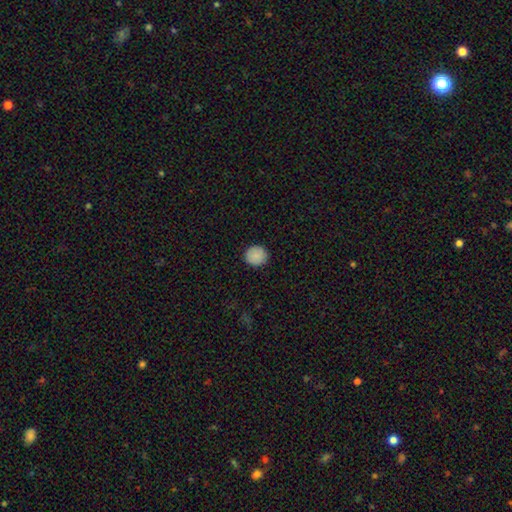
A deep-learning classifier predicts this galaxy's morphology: Smooth or featured: smooth — 88% (star or artifact — 8%)
How rounded: round — 90% (in between — 9%)
Merging: none — 91% (minor disturbance — 6%)